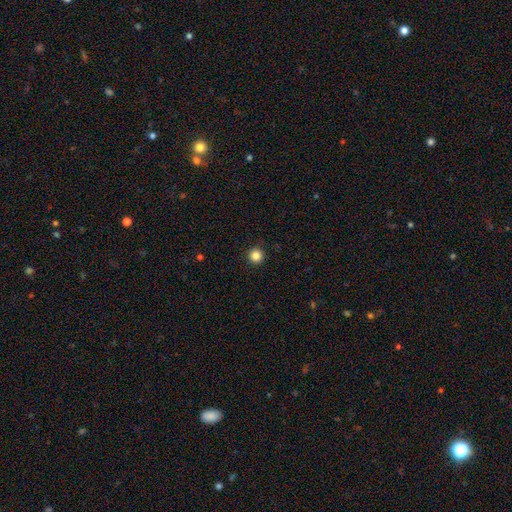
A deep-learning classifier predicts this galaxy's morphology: This is clearly a smooth galaxy (85%). How rounded: clearly round (96%). Merging: clearly none (92%).